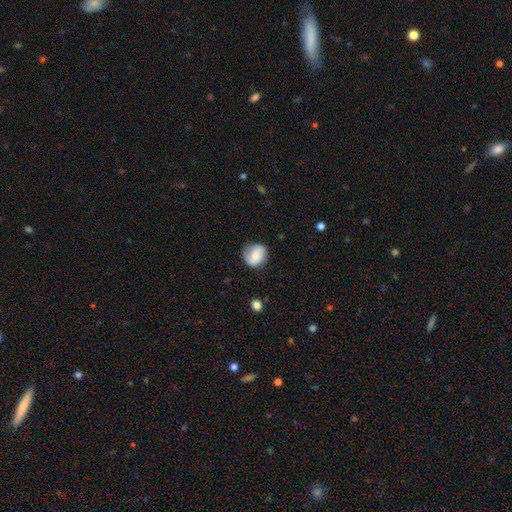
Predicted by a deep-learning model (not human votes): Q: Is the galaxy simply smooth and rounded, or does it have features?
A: smooth — 66%.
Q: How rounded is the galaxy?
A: round — 73%.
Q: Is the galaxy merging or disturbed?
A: none — 67%.